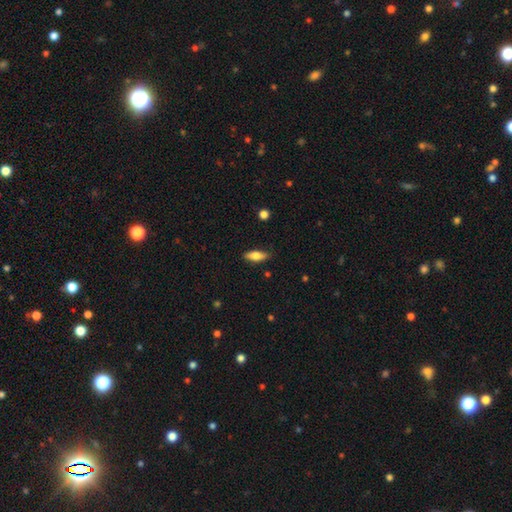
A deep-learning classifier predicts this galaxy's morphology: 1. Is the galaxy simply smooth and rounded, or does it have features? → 74% smooth, 19% featured or disk, 7% star or artifact.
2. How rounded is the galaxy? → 65% in between, 32% cigar-shaped, 3% round.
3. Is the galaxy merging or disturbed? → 84% none, 12% minor disturbance, 2% major disturbance, 1% merger.